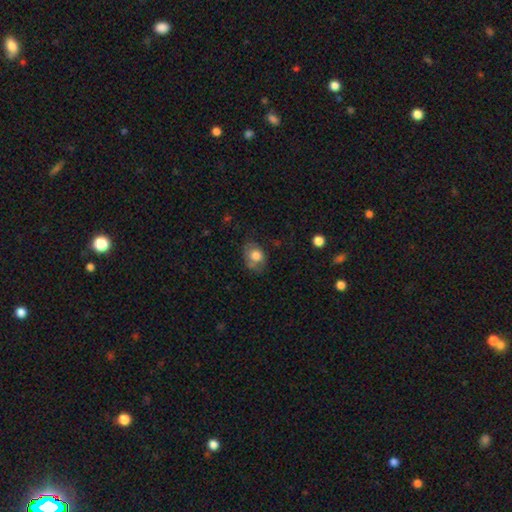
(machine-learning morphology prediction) Q: Smooth or featured?
A: smooth (73%); runner-up: featured or disk (19%)
Q: How rounded?
A: in between (62%); runner-up: round (36%)
Q: Merging?
A: none (54%); runner-up: minor disturbance (29%)